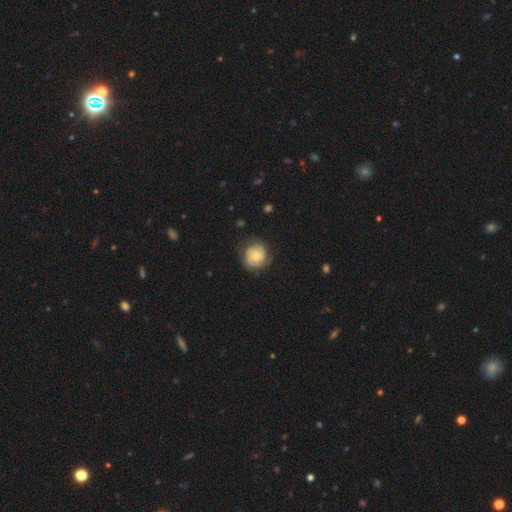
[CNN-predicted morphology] Smooth or featured: featured or disk — 63% (smooth — 31%)
Edge-on disk: no — 98% (yes — 2%)
Bar: no — 74% (weak — 22%)
Spiral arms: yes — 87% (no — 13%)
Spiral winding: tight — 61% (medium — 29%)
Spiral arm count: 2 — 47% (can't tell — 26%)
Bulge size: small — 51% (moderate — 42%)
Merging: none — 72% (minor disturbance — 19%)